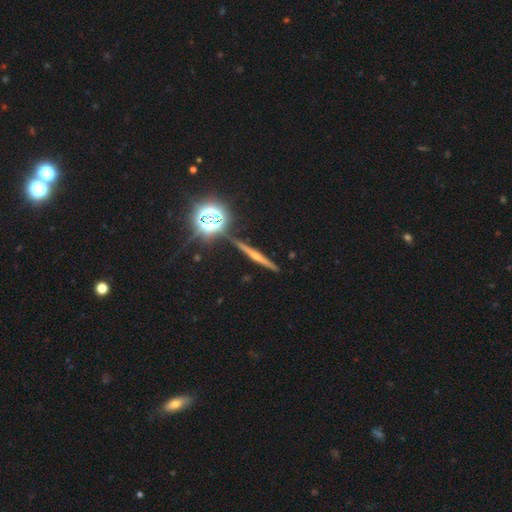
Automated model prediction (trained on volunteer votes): Morphology: type=featured or disk (61%); edge-on=yes (97%); edge-on bulge=rounded (71%); merging=none (90%).